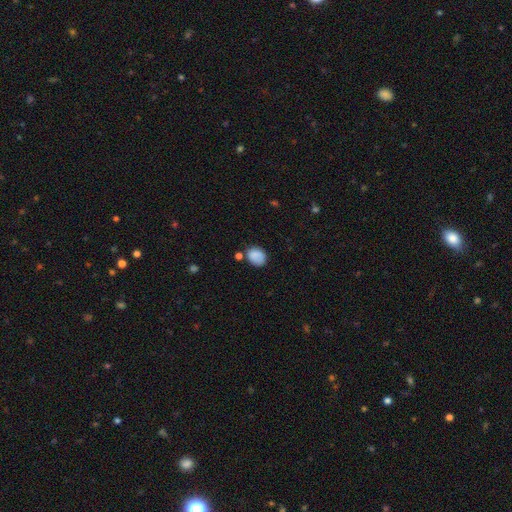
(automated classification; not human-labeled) Smooth or featured: smooth — 85% (star or artifact — 9%)
How rounded: round — 51% (in between — 48%)
Merging: none — 63% (minor disturbance — 21%)